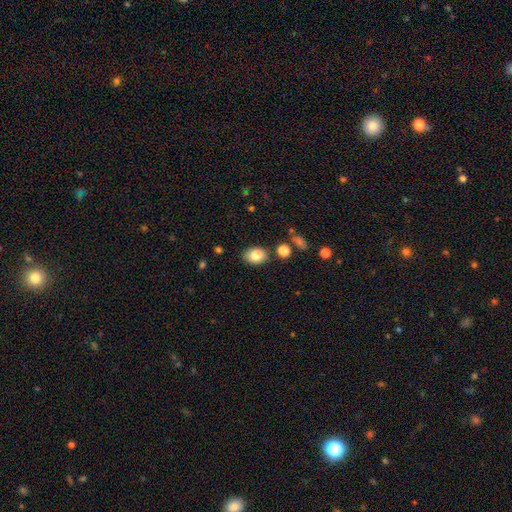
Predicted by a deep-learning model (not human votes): This appears to be a smooth galaxy with no disk features (81%) that is in between round and cigar-shaped (74%). Merging: none (81%).